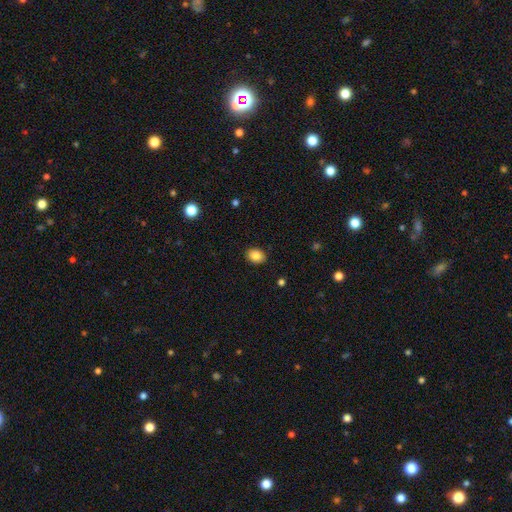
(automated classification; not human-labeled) Q: Smooth or featured?
A: smooth (85%); runner-up: star or artifact (9%)
Q: How rounded?
A: in between (59%); runner-up: round (40%)
Q: Merging?
A: none (89%); runner-up: minor disturbance (8%)